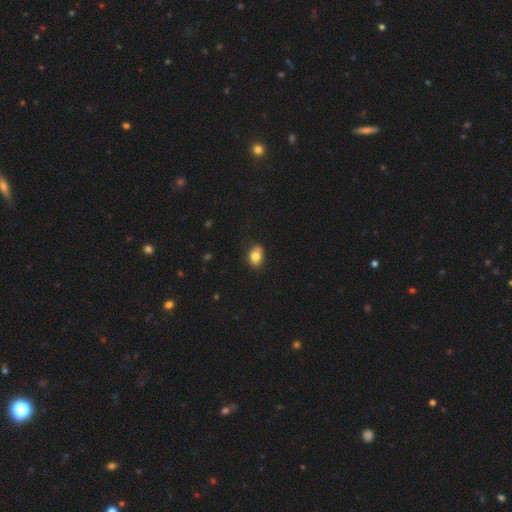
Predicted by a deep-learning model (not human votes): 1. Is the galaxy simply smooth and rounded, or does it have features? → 82% smooth, 9% star or artifact, 9% featured or disk.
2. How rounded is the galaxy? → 74% in between, 25% round, 1% cigar-shaped.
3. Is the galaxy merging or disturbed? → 73% none, 21% minor disturbance, 4% major disturbance, 2% merger.